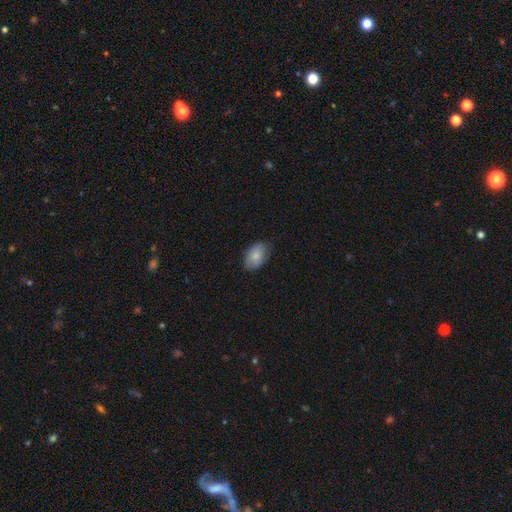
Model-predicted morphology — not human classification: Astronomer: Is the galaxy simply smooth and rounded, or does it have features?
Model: smooth — 81%.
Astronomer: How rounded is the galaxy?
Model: in between — 90%.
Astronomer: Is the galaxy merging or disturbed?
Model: none — 79%.